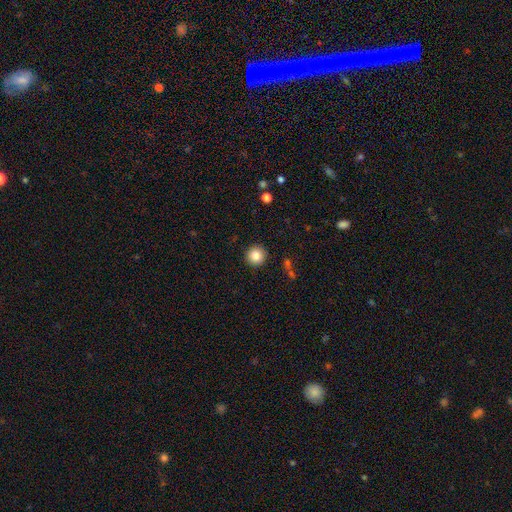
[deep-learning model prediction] smooth 83%, star or artifact 10%, featured or disk 7%. Down the decision tree: how rounded — round (95%); merging — none (92%).